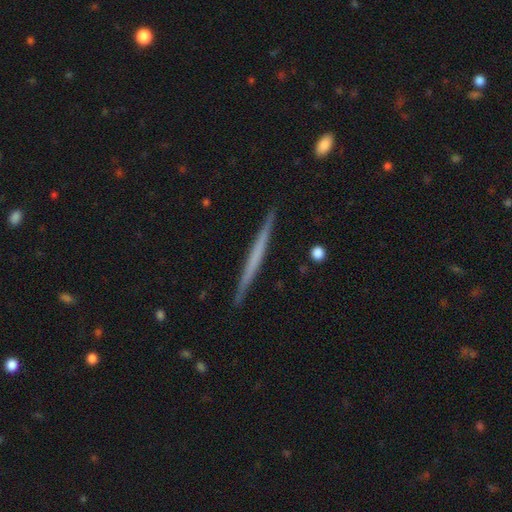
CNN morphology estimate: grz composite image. It shows a featured or disk galaxy (54%) viewed edge-on (98%) with no central bulge (90%). Merging: none (91%).